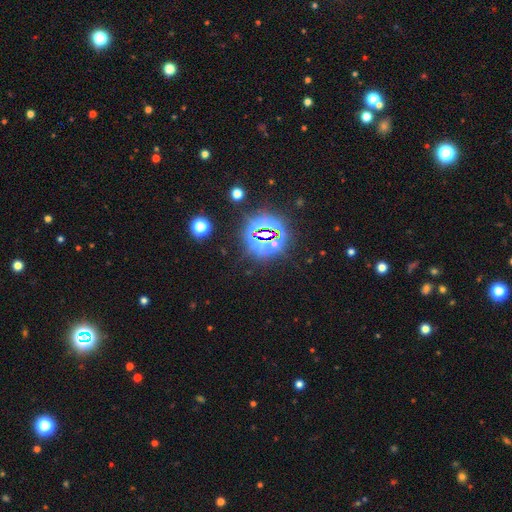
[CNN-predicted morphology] type=star or artifact (82%).